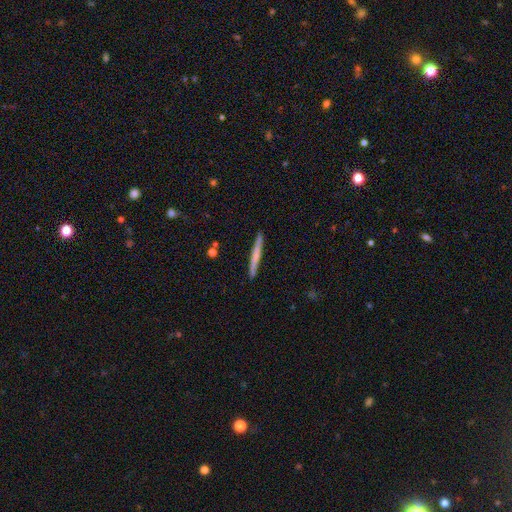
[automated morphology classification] Smooth or featured?
  - smooth: 55% *
  - featured or disk: 40%
  - star or artifact: 5%
How rounded?
  - cigar-shaped: 96% *
  - in between: 2%
  - round: 1%
Merging?
  - none: 90% *
  - minor disturbance: 8%
  - major disturbance: 1%
  - merger: 1%